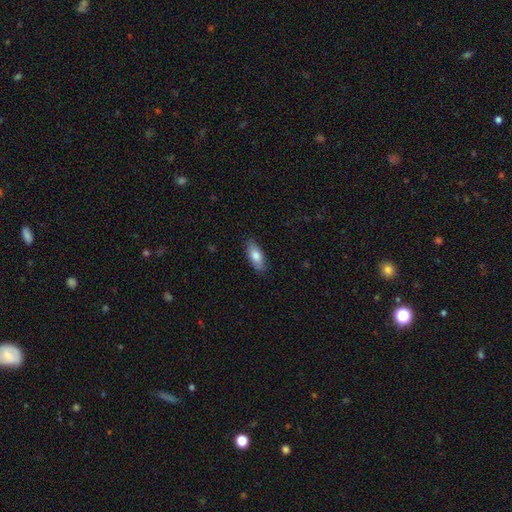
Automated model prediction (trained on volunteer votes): The model was most divided on "how rounded": in between: 80%, cigar-shaped: 18%, round: 2%. More confident: merging — none (84%); smooth or featured — smooth (79%).